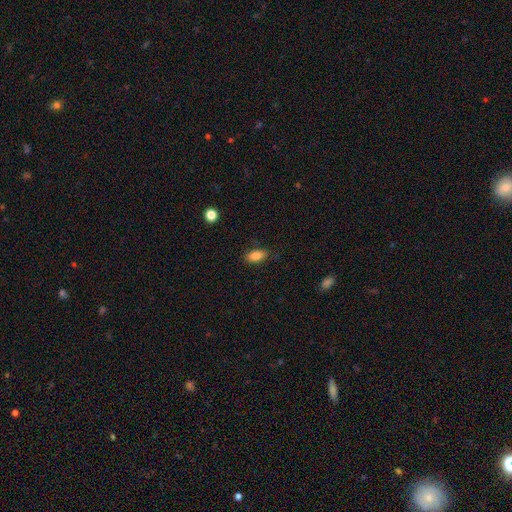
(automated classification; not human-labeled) Smooth or featured?
  - smooth: 86% *
  - star or artifact: 8%
  - featured or disk: 6%
How rounded?
  - in between: 88% *
  - cigar-shaped: 7%
  - round: 4%
Merging?
  - none: 81% *
  - minor disturbance: 14%
  - major disturbance: 3%
  - merger: 1%